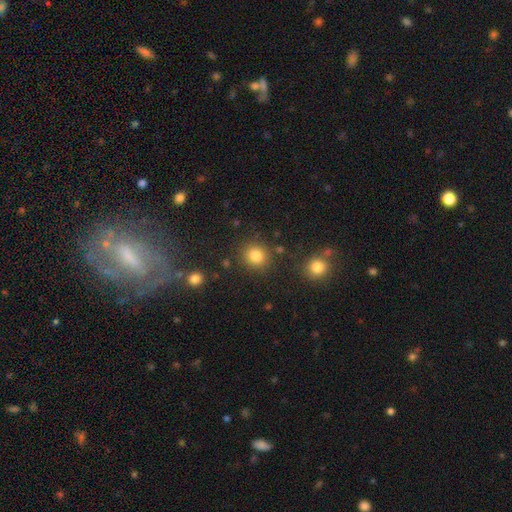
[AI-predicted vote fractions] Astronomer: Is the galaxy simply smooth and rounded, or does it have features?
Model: smooth — 83%.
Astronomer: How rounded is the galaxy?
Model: round — 85%.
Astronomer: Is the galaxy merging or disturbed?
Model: none — 84%.